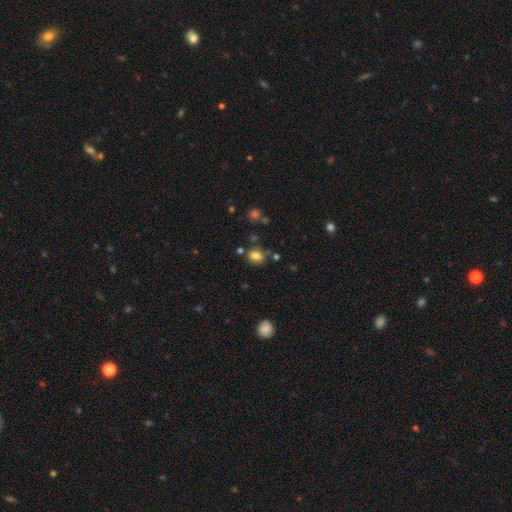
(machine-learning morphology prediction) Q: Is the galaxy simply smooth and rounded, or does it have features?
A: smooth — 80%.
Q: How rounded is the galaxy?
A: in between — 50%.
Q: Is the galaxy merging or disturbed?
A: none — 74%.